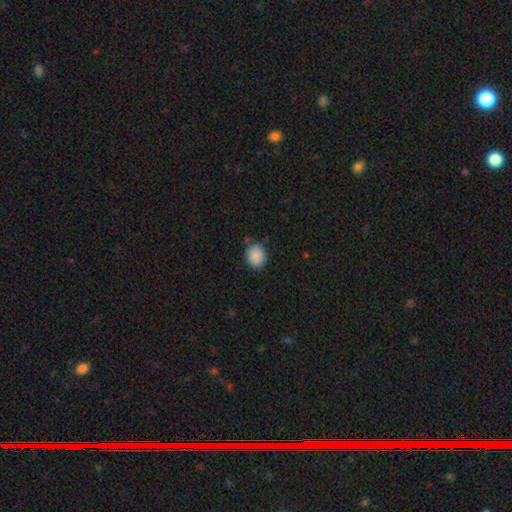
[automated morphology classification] This appears to be a smooth galaxy with no disk features (89%) that is round (57%). Merging: none (82%).